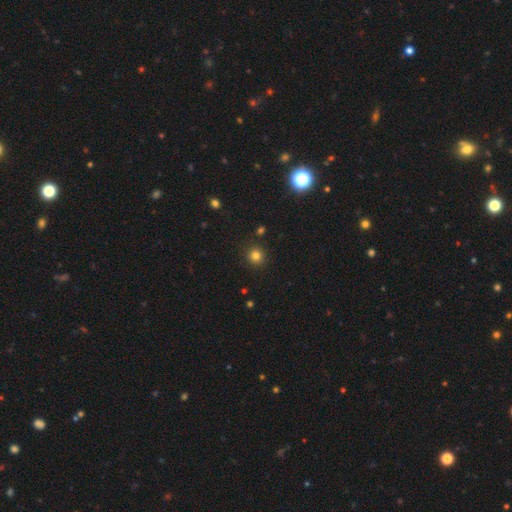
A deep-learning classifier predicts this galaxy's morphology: smooth-or-featured: smooth: 80% | star or artifact: 15% | featured or disk: 5%
  how-rounded: round: 93% | in between: 6% | cigar-shaped: 1%
  merging: none: 89% | minor disturbance: 6% | major disturbance: 2% | merger: 2%